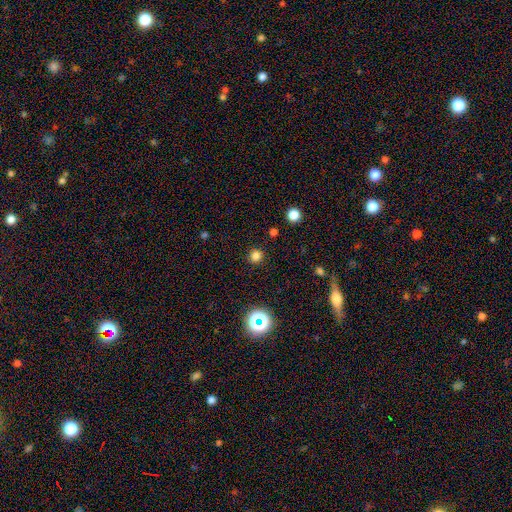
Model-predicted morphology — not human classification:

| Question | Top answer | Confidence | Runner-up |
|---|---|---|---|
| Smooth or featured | smooth | 77% | star or artifact (18%) |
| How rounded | round | 93% | in between (6%) |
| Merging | none | 90% | minor disturbance (6%) |